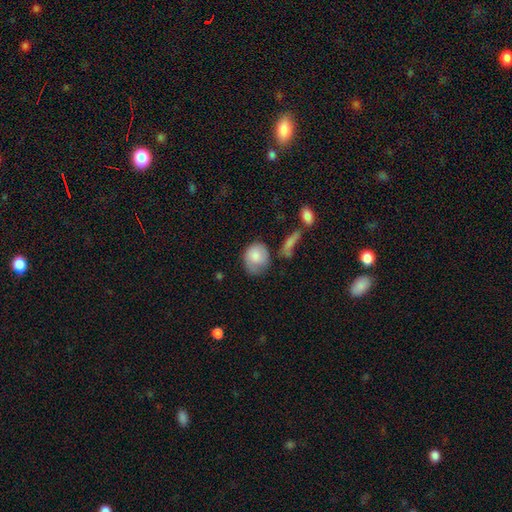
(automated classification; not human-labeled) Morphology: type=smooth (80%); roundness=round (57%); merging=none (49%).